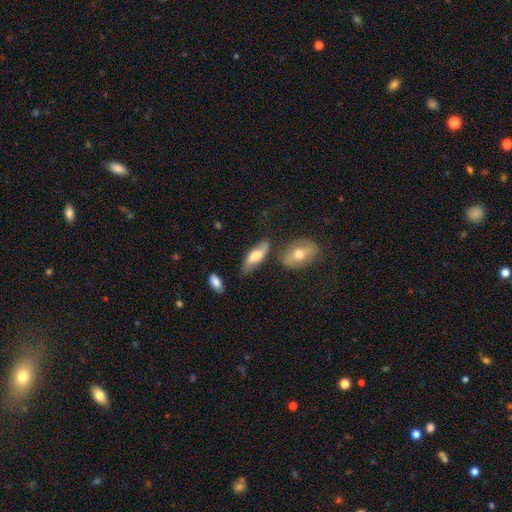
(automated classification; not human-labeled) A smooth galaxy with no disk features (48%). Merging: none (58%).